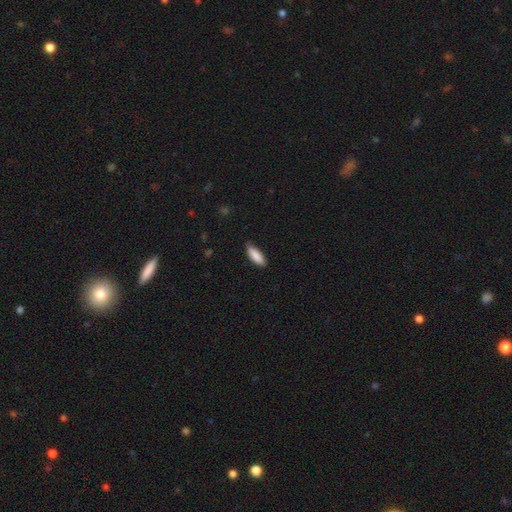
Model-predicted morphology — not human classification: smooth-or-featured: smooth: 87% | featured or disk: 7% | star or artifact: 6%
  how-rounded: in between: 63% | cigar-shaped: 36% | round: 2%
  merging: none: 81% | minor disturbance: 16% | major disturbance: 2% | merger: 1%